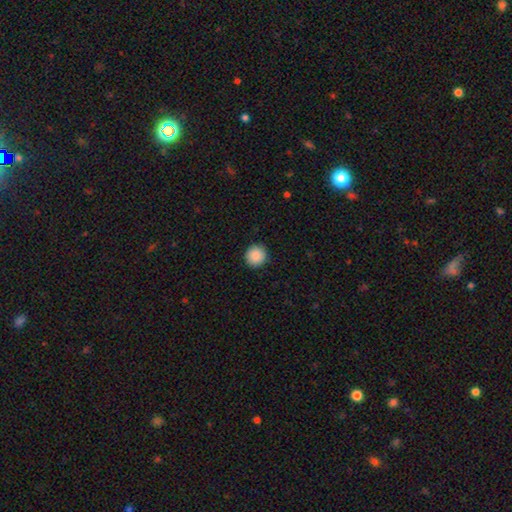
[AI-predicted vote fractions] smooth 89%, star or artifact 8%, featured or disk 3%. Down the decision tree: how rounded — round (93%); merging — none (92%).